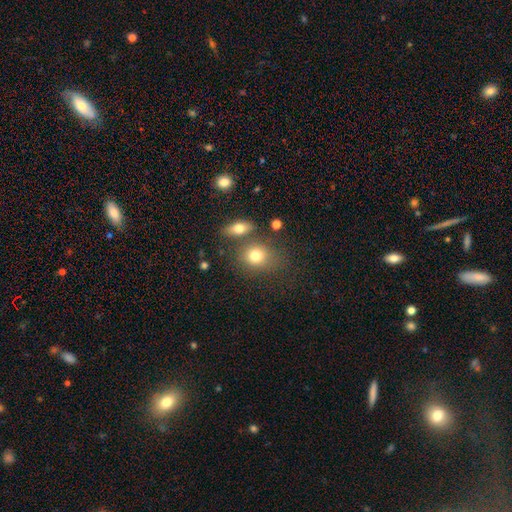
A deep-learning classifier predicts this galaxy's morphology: smooth-or-featured: smooth: 78% | star or artifact: 11% | featured or disk: 11%
  how-rounded: round: 55% | in between: 44% | cigar-shaped: 2%
  merging: none: 62% | merger: 19% | minor disturbance: 14% | major disturbance: 6%